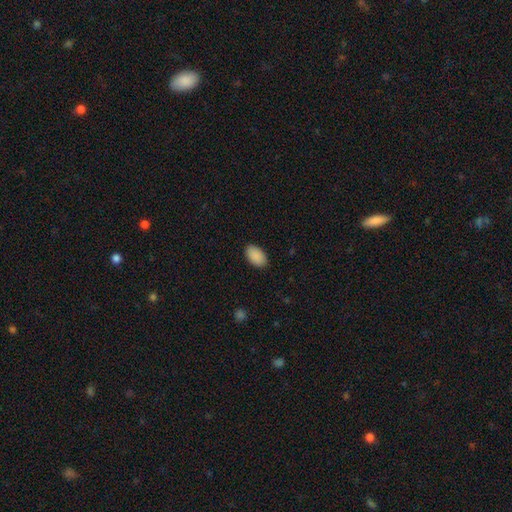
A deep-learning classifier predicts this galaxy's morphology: Q: Smooth or featured?
A: smooth (91%); runner-up: star or artifact (6%)
Q: How rounded?
A: in between (94%); runner-up: round (5%)
Q: Merging?
A: none (89%); runner-up: minor disturbance (9%)